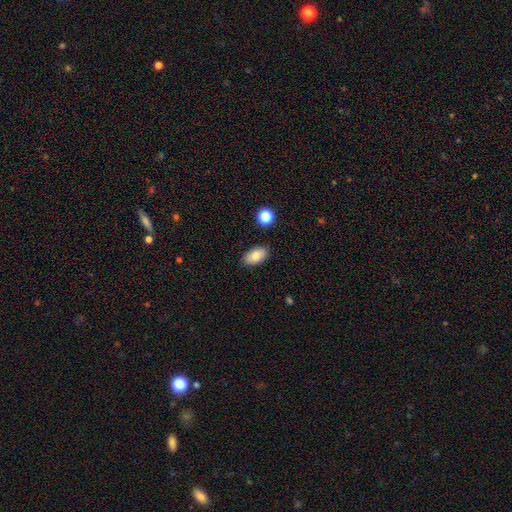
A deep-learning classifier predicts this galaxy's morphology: A smooth galaxy with no disk features (82%) that is in between round and cigar-shaped (93%).

Vote fractions:
- Smooth or featured? smooth: 82% / featured or disk: 11% / star or artifact: 8%
- How rounded? in between: 93% / round: 5% / cigar-shaped: 2%
- Merging? none: 87% / minor disturbance: 9% / major disturbance: 2% / merger: 2%